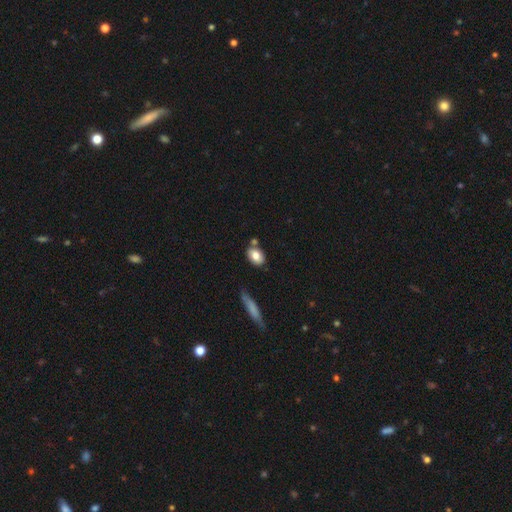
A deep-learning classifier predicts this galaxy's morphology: Q: Smooth or featured?
A: smooth (76%); runner-up: featured or disk (16%)
Q: How rounded?
A: in between (75%); runner-up: round (22%)
Q: Merging?
A: none (69%); runner-up: minor disturbance (14%)